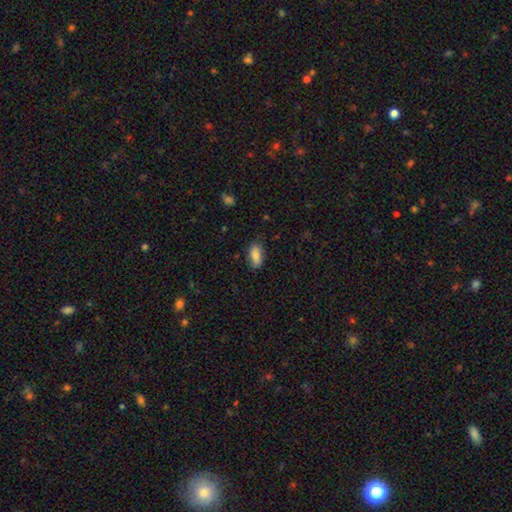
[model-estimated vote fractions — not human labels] A smooth galaxy with no disk features (84%) that is in between round and cigar-shaped (86%).

Vote fractions:
- Smooth or featured? smooth: 84% / featured or disk: 9% / star or artifact: 7%
- How rounded? in between: 86% / cigar-shaped: 11% / round: 3%
- Merging? none: 80% / minor disturbance: 15% / major disturbance: 3% / merger: 1%